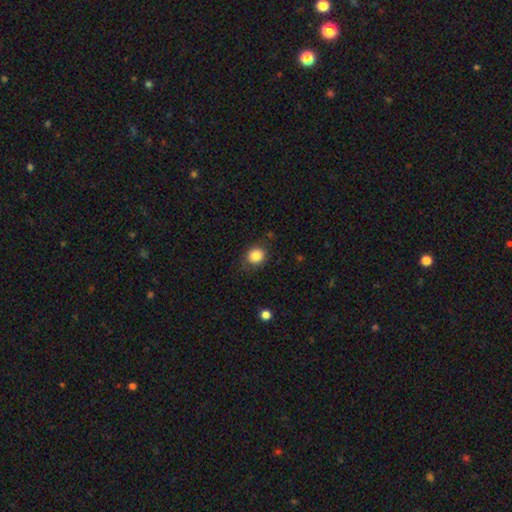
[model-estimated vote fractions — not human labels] smooth-or-featured: smooth: 84% | star or artifact: 10% | featured or disk: 5%
  how-rounded: round: 77% | in between: 22% | cigar-shaped: 1%
  merging: none: 79% | minor disturbance: 15% | major disturbance: 4% | merger: 2%